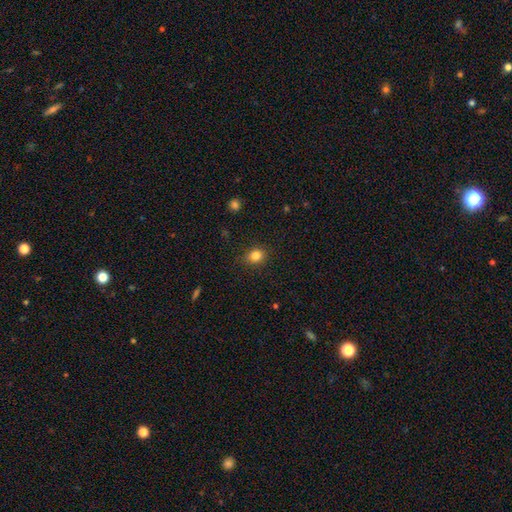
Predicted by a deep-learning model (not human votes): A smooth galaxy with no disk features (84%) that is round (63%). Merging: none (86%).